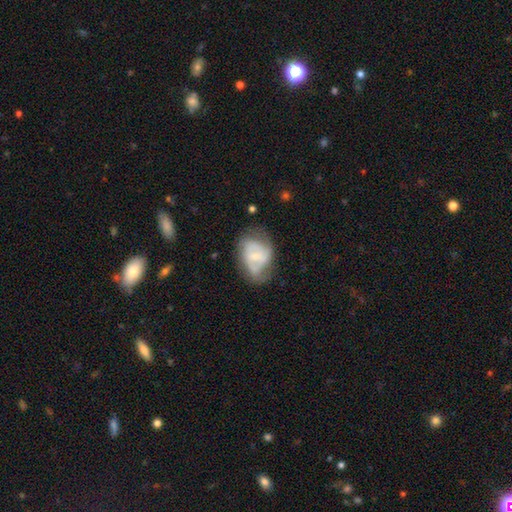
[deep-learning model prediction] The model was most divided on "merging": none: 42%, minor disturbance: 32%, major disturbance: 23%, merger: 3%. More confident: edge-on disk — no (97%); spiral arms — yes (70%); smooth or featured — featured or disk (55%); bar — no (52%); bulge size — small (51%).